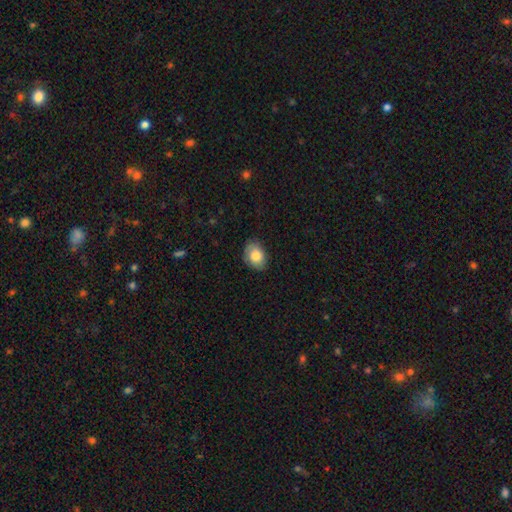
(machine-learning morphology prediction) smooth 79%, featured or disk 14%, star or artifact 7%. Down the decision tree: how rounded — in between (78%); merging — none (79%).